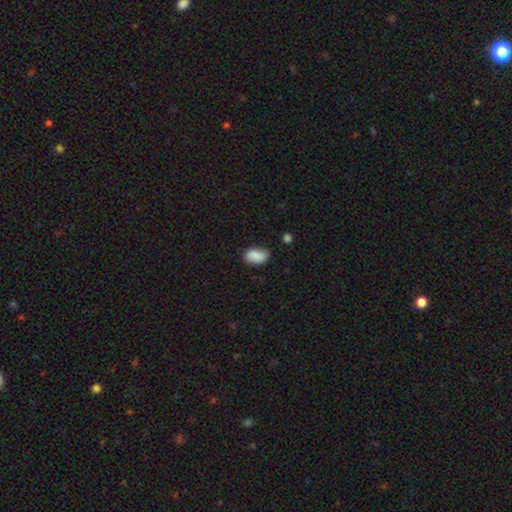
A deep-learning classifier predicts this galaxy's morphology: A smooth galaxy with no disk features (84%) that is in between round and cigar-shaped (90%). Merging: none (68%).